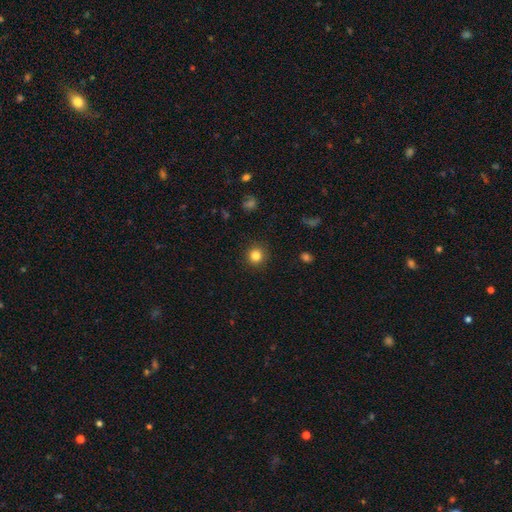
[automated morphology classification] A smooth galaxy with no disk features (83%) that is round (93%).

Vote fractions:
- Smooth or featured? smooth: 83% / star or artifact: 12% / featured or disk: 5%
- How rounded? round: 93% / in between: 6% / cigar-shaped: 1%
- Merging? none: 91% / minor disturbance: 6% / major disturbance: 2% / merger: 1%